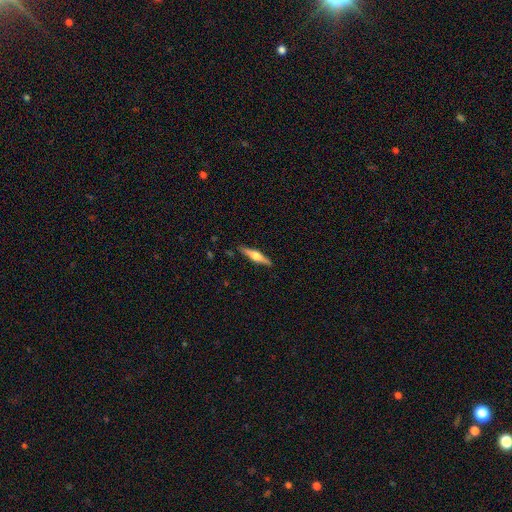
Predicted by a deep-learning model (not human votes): A featured or disk galaxy (62%) viewed edge-on (97%) with a rounded central bulge (92%).

Vote fractions:
- Smooth or featured? featured or disk: 62% / smooth: 33% / star or artifact: 5%
- Edge-on disk? yes: 97% / no: 3%
- Edge-on bulge? rounded: 92% / boxy: 5% / none: 3%
- Merging? none: 89% / minor disturbance: 8% / major disturbance: 2% / merger: 1%